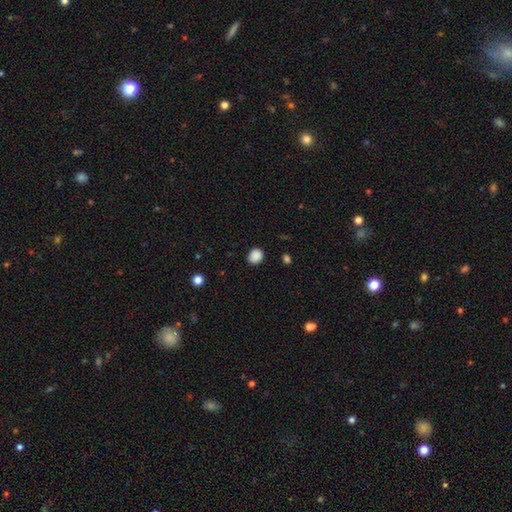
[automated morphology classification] Smooth or featured: smooth — 88% (star or artifact — 9%)
How rounded: round — 67% (in between — 32%)
Merging: none — 88% (minor disturbance — 9%)